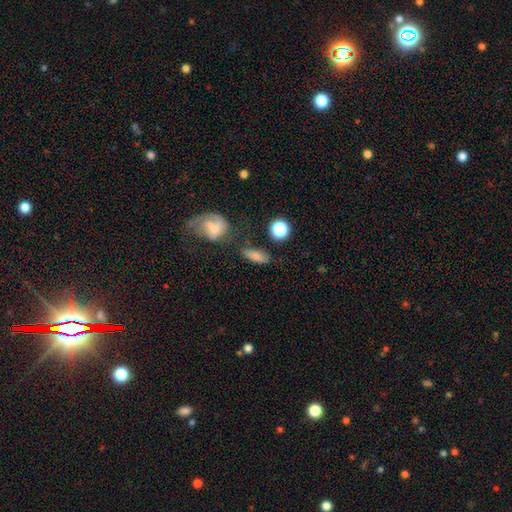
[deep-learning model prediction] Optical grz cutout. It shows a smooth galaxy with no disk features (73%) that is in between round and cigar-shaped (61%). Merging: none (67%).